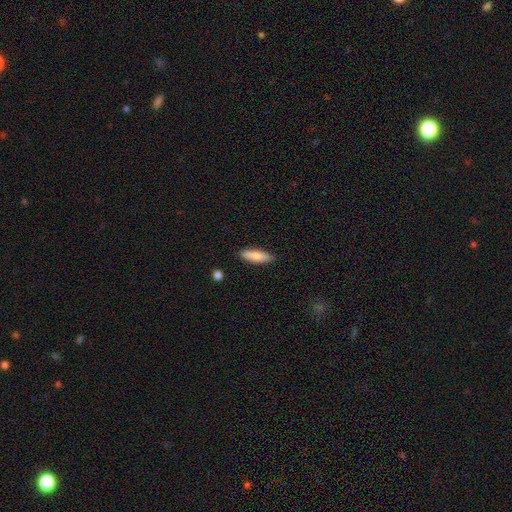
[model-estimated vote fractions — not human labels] smooth_or_featured: smooth (p=0.82) [alt: featured or disk p=0.12]
how_rounded: cigar-shaped (p=0.56) [alt: in between p=0.43]
merging: none (p=0.86) [alt: minor disturbance p=0.10]